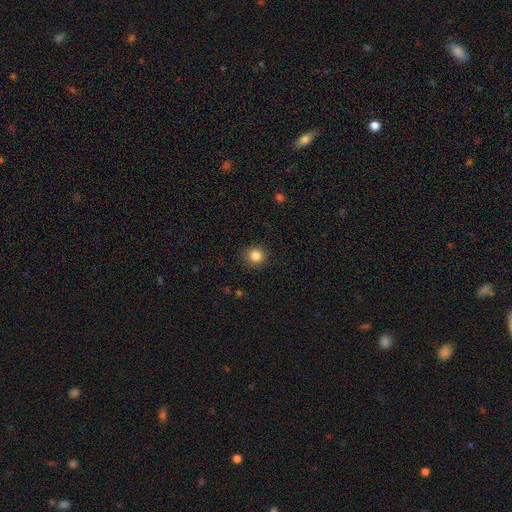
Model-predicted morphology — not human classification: The model was most divided on "smooth or featured": smooth: 84%, star or artifact: 11%, featured or disk: 5%. More confident: how rounded — round (92%); merging — none (89%).